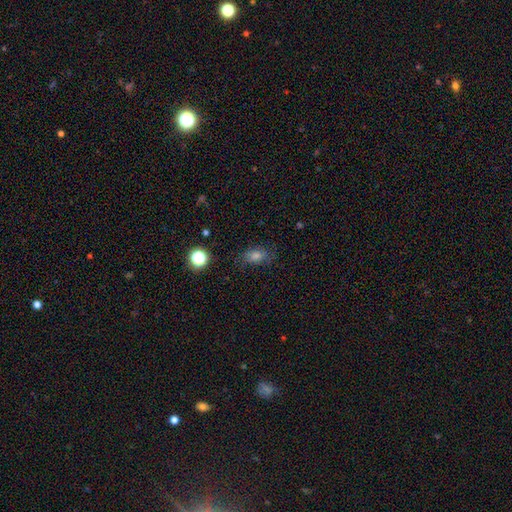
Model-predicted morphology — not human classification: Smooth or featured: smooth — 60% (star or artifact — 24%)
How rounded: in between — 72% (round — 24%)
Merging: none — 75% (minor disturbance — 17%)